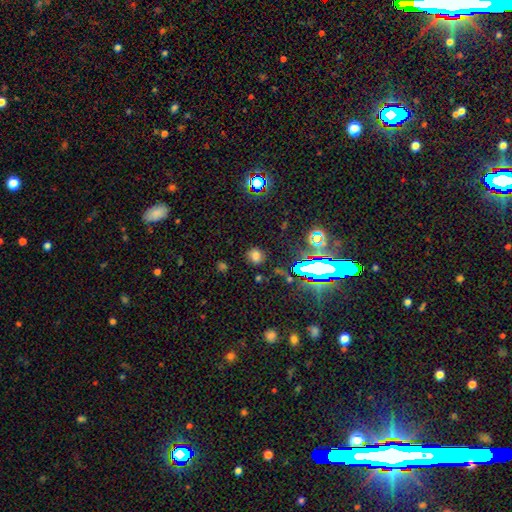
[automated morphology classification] Q: Smooth or featured?
A: smooth (62%); runner-up: star or artifact (29%)
Q: How rounded?
A: round (65%); runner-up: in between (34%)
Q: Merging?
A: none (83%); runner-up: minor disturbance (10%)